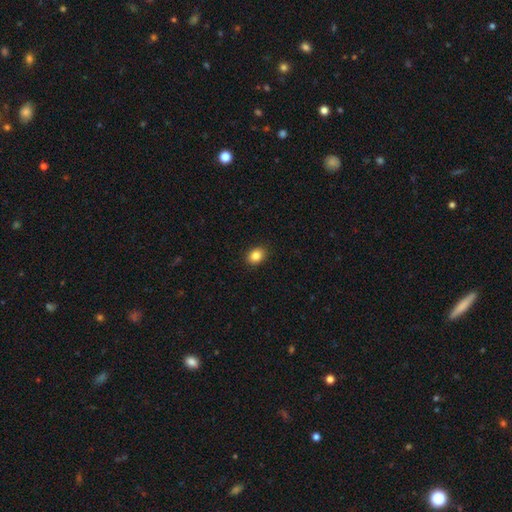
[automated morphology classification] The model was most divided on "how rounded": in between: 60%, round: 39%, cigar-shaped: 1%. More confident: merging — none (90%); smooth or featured — smooth (86%).